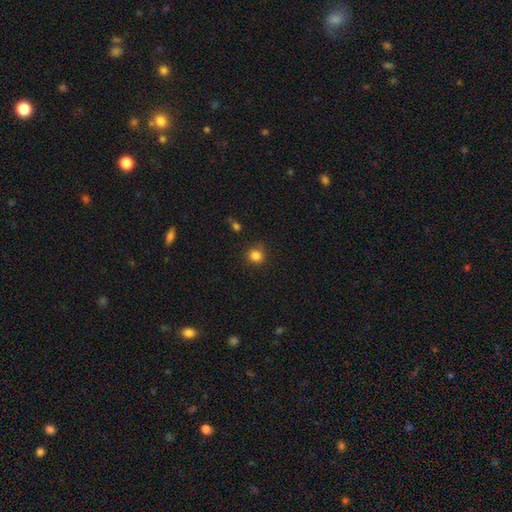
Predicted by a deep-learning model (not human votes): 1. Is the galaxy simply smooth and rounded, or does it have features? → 84% smooth, 12% star or artifact, 4% featured or disk.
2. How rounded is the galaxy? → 89% round, 10% in between, 1% cigar-shaped.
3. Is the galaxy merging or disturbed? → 83% none, 12% minor disturbance, 3% major disturbance, 2% merger.